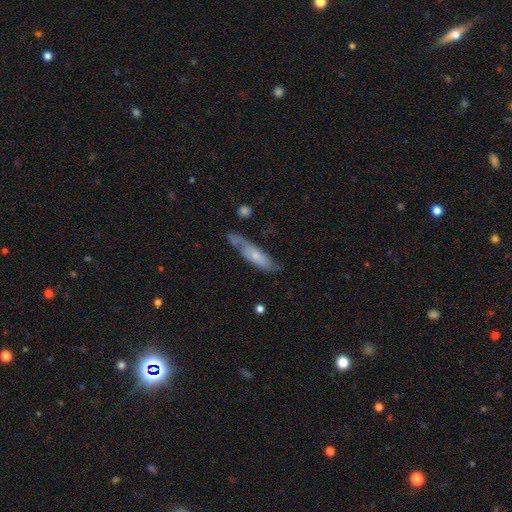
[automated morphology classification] smooth-or-featured: featured or disk: 55% | smooth: 40% | star or artifact: 6%
  disk-edge-on: no: 72% | yes: 28%
  merging: none: 52% | minor disturbance: 28% | major disturbance: 13% | merger: 7%